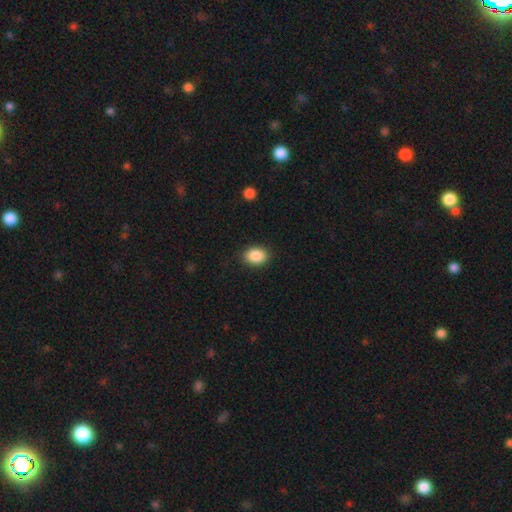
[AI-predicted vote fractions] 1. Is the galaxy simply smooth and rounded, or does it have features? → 88% smooth, 8% star or artifact, 4% featured or disk.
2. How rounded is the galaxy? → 71% in between, 28% round, 1% cigar-shaped.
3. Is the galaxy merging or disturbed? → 88% none, 9% minor disturbance, 2% major disturbance, 1% merger.